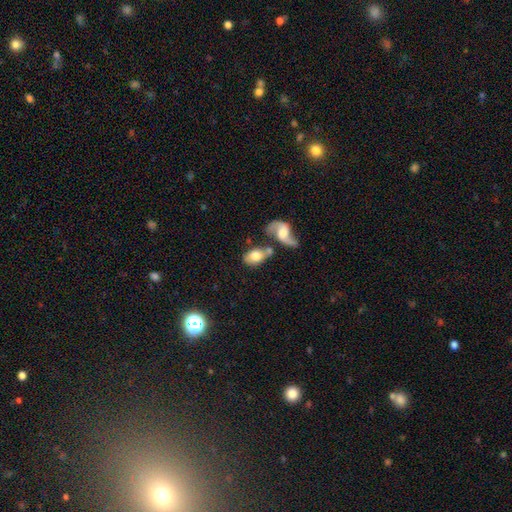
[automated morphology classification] smooth 64%, featured or disk 29%, star or artifact 7%. Down the decision tree: how rounded — in between (86%); merging — merger (39%).